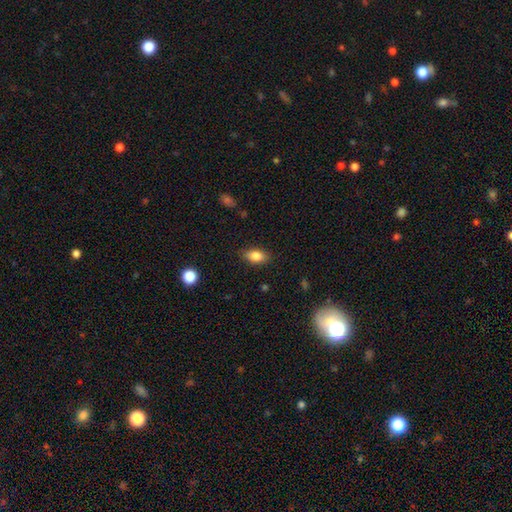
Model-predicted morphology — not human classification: Overall: smooth (83%). How rounded: in between (87%). Merging: none (85%).